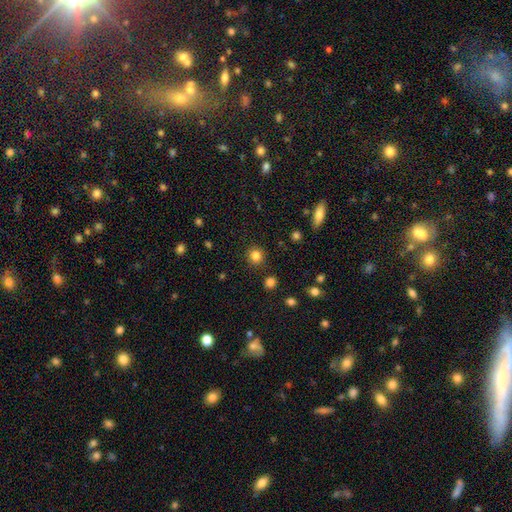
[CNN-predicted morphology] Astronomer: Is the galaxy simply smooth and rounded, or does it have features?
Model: smooth — 84%.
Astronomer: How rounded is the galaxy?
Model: round — 90%.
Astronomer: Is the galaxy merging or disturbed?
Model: none — 90%.